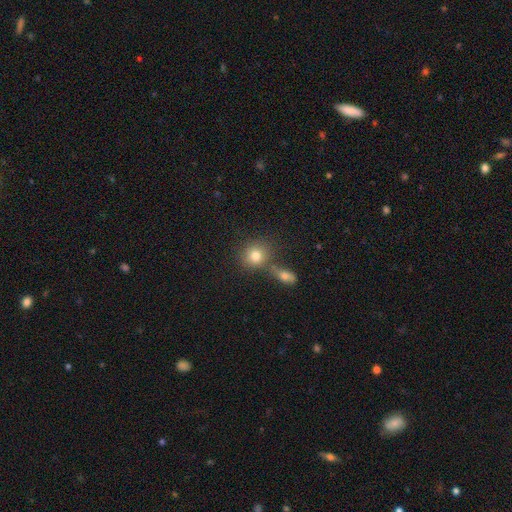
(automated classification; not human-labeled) Morphology: type=smooth (77%); roundness=round (81%); merging=none (61%).